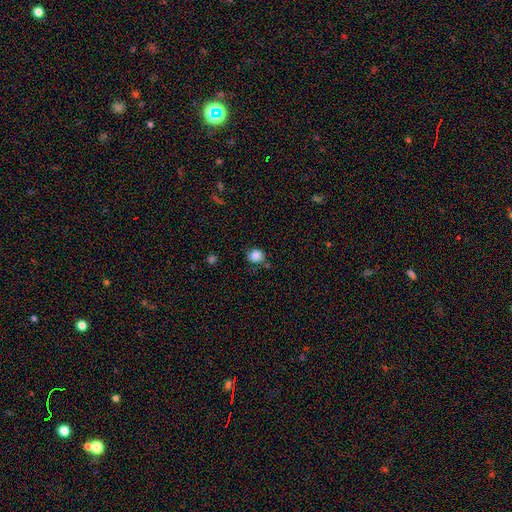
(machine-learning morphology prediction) This is clearly a smooth galaxy (86%). How rounded: clearly round (82%). Merging: likely none (73%).